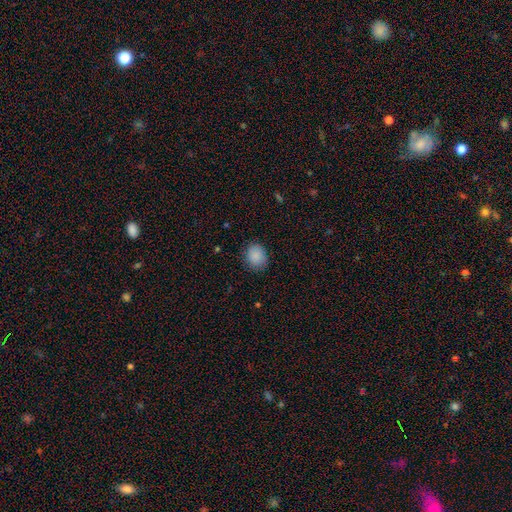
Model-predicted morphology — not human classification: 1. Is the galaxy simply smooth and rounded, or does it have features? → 88% smooth, 8% star or artifact, 4% featured or disk.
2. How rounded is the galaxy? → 54% round, 45% in between, 1% cigar-shaped.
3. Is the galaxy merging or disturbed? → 82% none, 14% minor disturbance, 3% major disturbance, 1% merger.